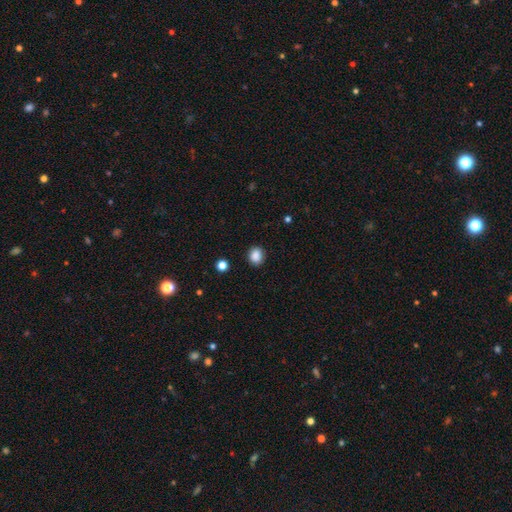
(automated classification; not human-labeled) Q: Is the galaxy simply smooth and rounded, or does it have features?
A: smooth — 87%.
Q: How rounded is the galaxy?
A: round — 66%.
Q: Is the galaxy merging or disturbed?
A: none — 88%.